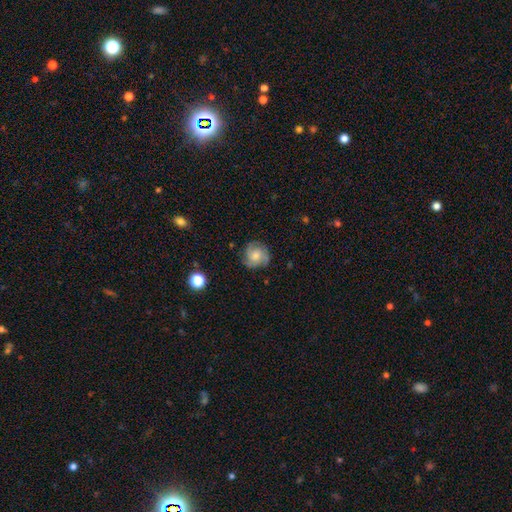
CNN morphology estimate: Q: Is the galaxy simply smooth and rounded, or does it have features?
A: featured or disk — 61%.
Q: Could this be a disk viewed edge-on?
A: no — 98%.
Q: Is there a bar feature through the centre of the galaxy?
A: no — 77%.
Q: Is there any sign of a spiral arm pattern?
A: yes — 92%.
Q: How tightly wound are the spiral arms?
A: tight — 55%.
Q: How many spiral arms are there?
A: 3 — 45%.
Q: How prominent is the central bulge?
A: moderate — 47%.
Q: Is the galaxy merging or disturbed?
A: none — 77%.